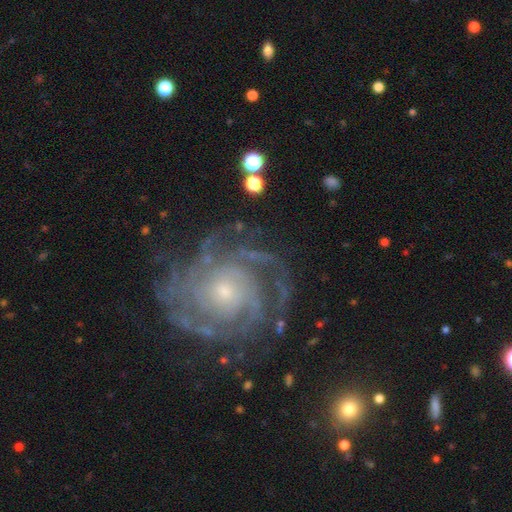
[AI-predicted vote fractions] Smooth or featured?
  - featured or disk: 89% *
  - star or artifact: 6%
  - smooth: 5%
Edge-on disk?
  - no: 98% *
  - yes: 2%
Bar?
  - no: 78% *
  - weak: 17%
  - strong: 4%
Spiral arms?
  - yes: 97% *
  - no: 3%
Spiral winding?
  - tight: 72% *
  - medium: 24%
  - loose: 5%
Spiral arm count?
  - can't tell: 26% *
  - 4: 22%
  - 3: 19%
  - more than 4: 14%
  - 2: 12%
  - 1: 8%
Bulge size?
  - small: 60% *
  - moderate: 34%
  - large: 3%
  - none: 2%
  - dominant: 1%
Merging?
  - none: 74% *
  - minor disturbance: 15%
  - major disturbance: 9%
  - merger: 2%